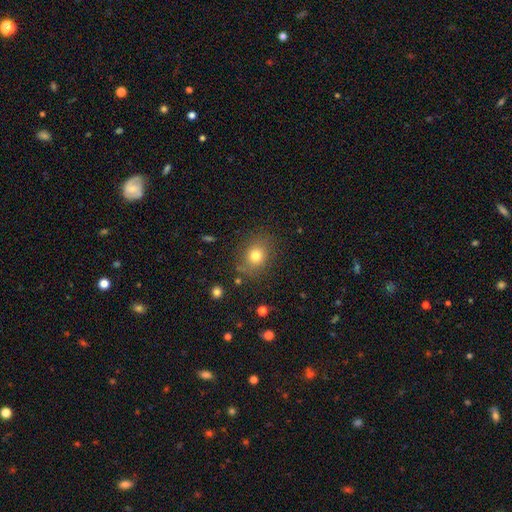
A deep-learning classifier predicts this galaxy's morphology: A smooth galaxy with no disk features (76%) that is round (62%). Merging: none (82%).